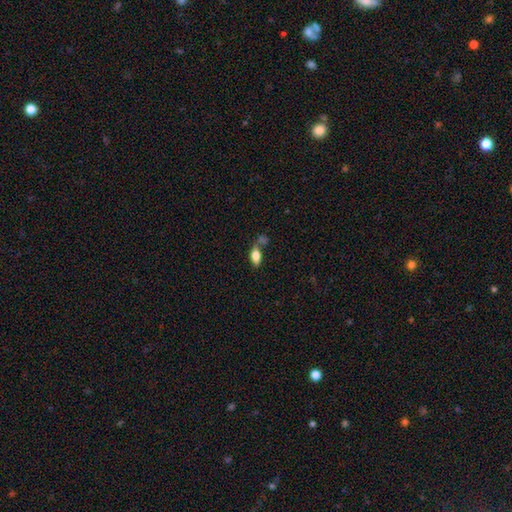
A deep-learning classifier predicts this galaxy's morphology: Q: Smooth or featured?
A: smooth (78%); runner-up: featured or disk (13%)
Q: How rounded?
A: in between (87%); runner-up: cigar-shaped (8%)
Q: Merging?
A: none (46%); runner-up: merger (28%)